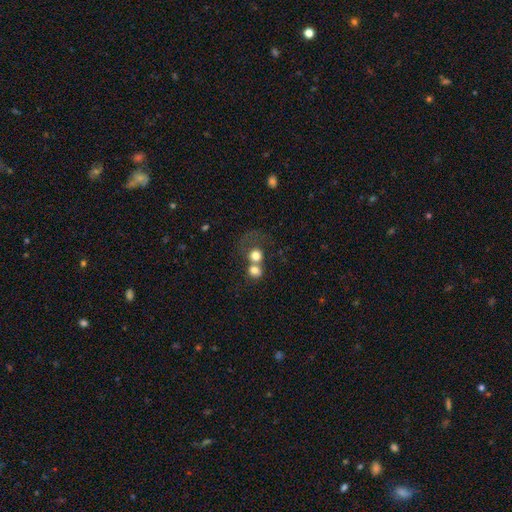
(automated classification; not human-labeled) Overall: smooth (73%). How rounded: round (76%). Merging: merger (59%; none 26%).